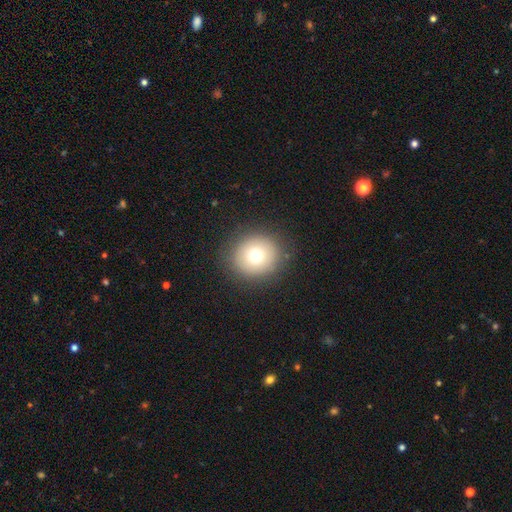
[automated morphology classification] This appears to be a smooth galaxy with no disk features (71%) that is round (87%). Merging: none (88%).